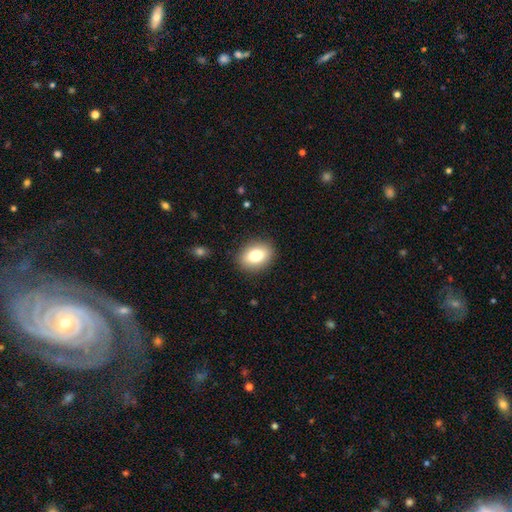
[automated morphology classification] Smooth or featured: smooth — 79% (featured or disk — 12%)
How rounded: in between — 72% (round — 27%)
Merging: none — 88% (minor disturbance — 9%)